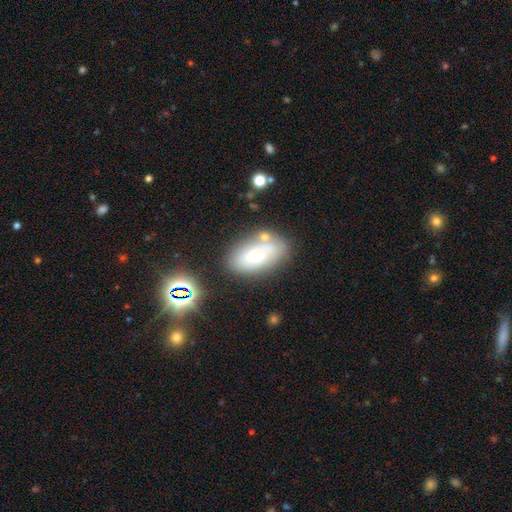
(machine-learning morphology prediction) The model was most divided on "smooth or featured": smooth: 57%, featured or disk: 33%, star or artifact: 10%. More confident: how rounded — in between (90%); merging — none (63%).